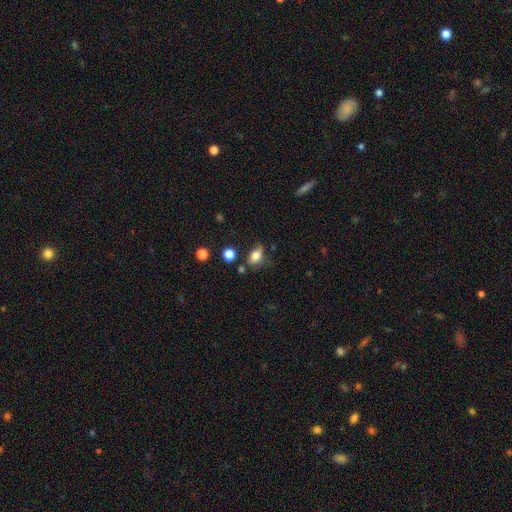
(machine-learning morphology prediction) This appears to be a smooth galaxy with no disk features (77%) that is in between round and cigar-shaped (72%). Merging: none (47%).